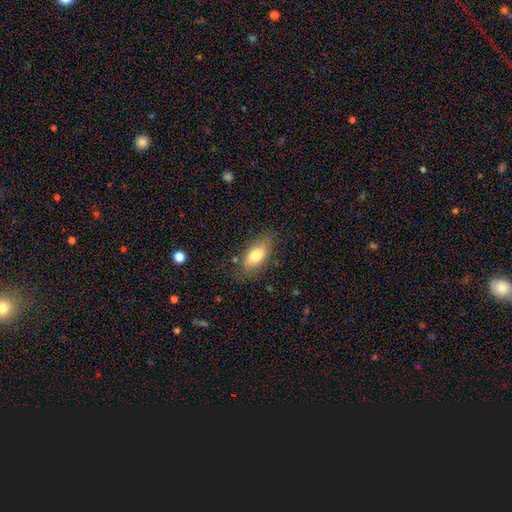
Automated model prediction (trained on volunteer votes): Smooth or featured? Predicted: smooth (p=0.75). How rounded? Predicted: in between (p=0.85). Merging? Predicted: none (p=0.76).